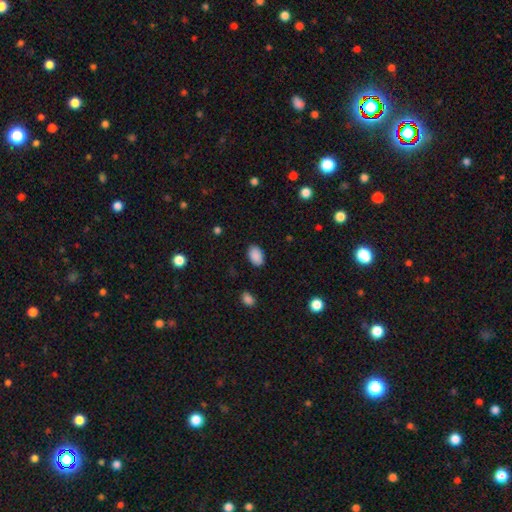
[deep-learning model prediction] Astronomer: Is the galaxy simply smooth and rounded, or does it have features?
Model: smooth — 90%.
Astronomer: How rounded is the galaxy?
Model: in between — 90%.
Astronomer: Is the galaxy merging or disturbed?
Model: none — 87%.